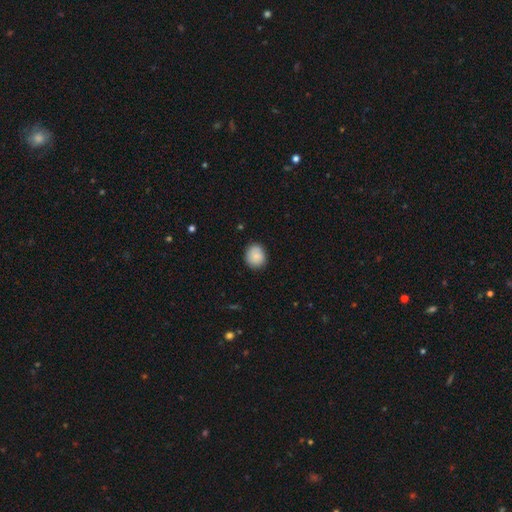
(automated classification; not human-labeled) Smooth or featured? Predicted: smooth (p=0.86). How rounded? Predicted: round (p=0.75). Merging? Predicted: none (p=0.85).